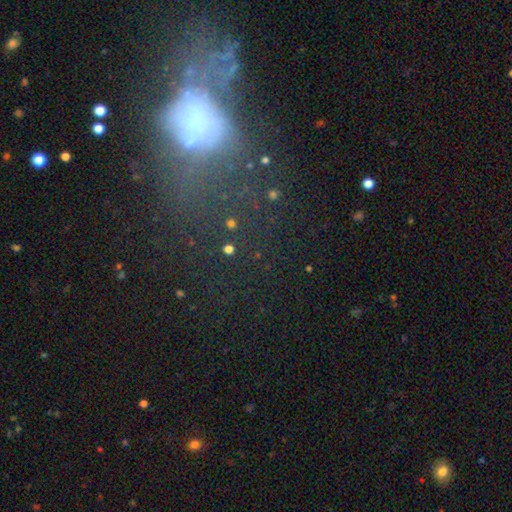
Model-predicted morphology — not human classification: smooth-or-featured: star or artifact: 40% | smooth: 31% | featured or disk: 29%